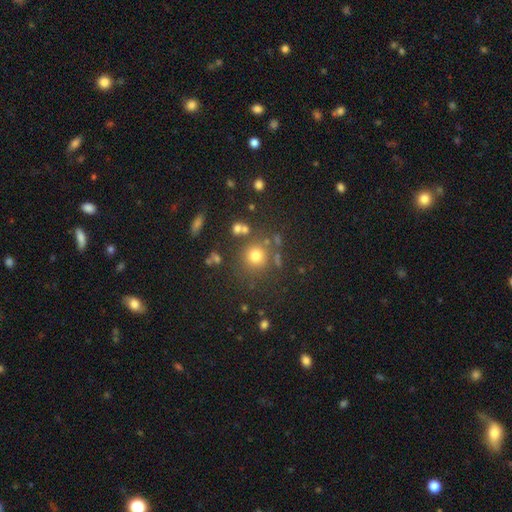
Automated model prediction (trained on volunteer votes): smooth_or_featured: smooth (p=0.72) [alt: star or artifact p=0.19]
how_rounded: round (p=0.91) [alt: in between p=0.08]
merging: none (p=0.75) [alt: minor disturbance p=0.10]